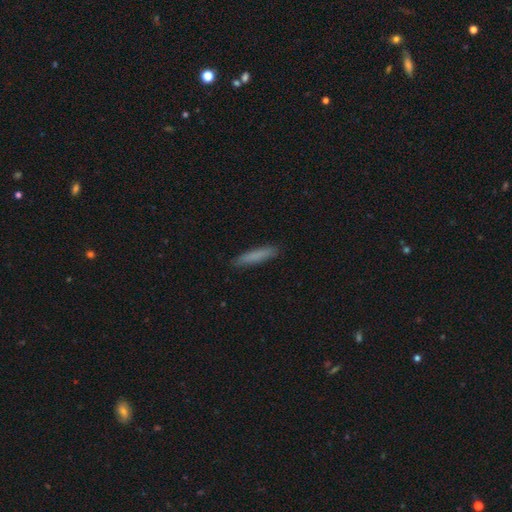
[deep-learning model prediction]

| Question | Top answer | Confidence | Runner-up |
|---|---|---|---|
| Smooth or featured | smooth | 82% | featured or disk (12%) |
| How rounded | cigar-shaped | 90% | in between (9%) |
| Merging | none | 89% | minor disturbance (9%) |